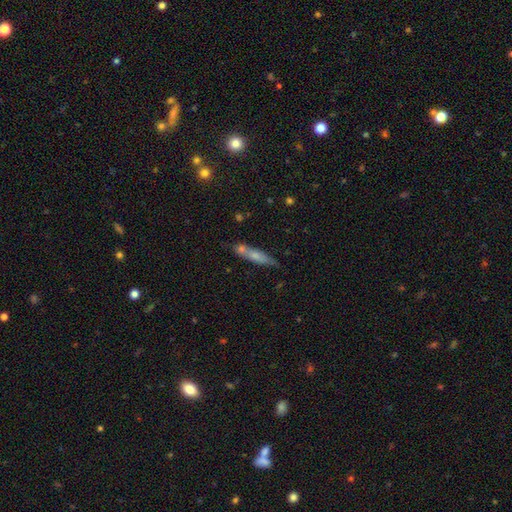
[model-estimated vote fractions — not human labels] smooth 61%, featured or disk 31%, star or artifact 8%. Down the decision tree: how rounded — cigar-shaped (82%); merging — none (57%).